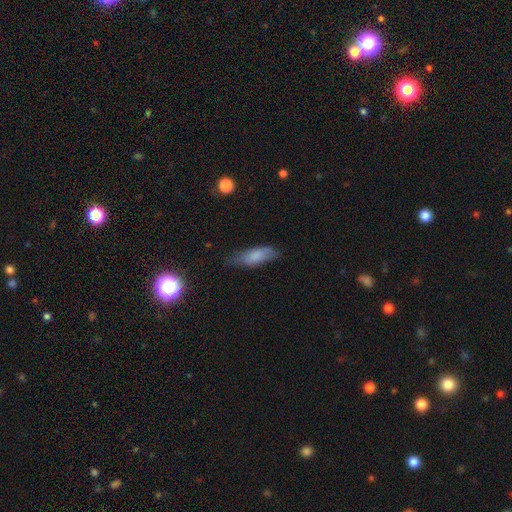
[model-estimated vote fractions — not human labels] Smooth or featured: smooth — 75% (featured or disk — 17%)
How rounded: in between — 61% (cigar-shaped — 37%)
Merging: none — 61% (minor disturbance — 29%)